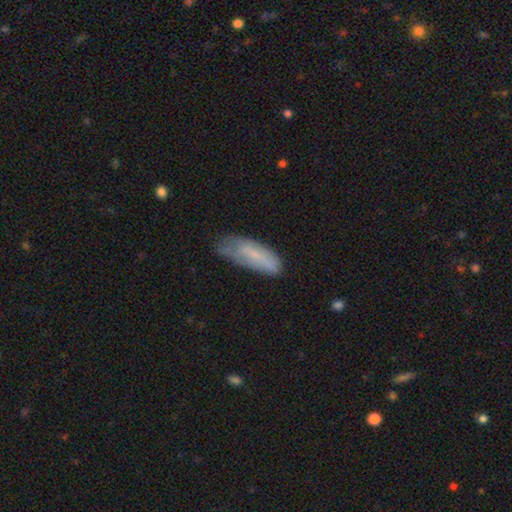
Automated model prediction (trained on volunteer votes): A smooth galaxy with no disk features (66%) that is in between round and cigar-shaped (66%).

Vote fractions:
- Smooth or featured? smooth: 66% / featured or disk: 27% / star or artifact: 8%
- How rounded? in between: 66% / cigar-shaped: 32% / round: 2%
- Merging? none: 45% / minor disturbance: 39% / major disturbance: 14% / merger: 2%